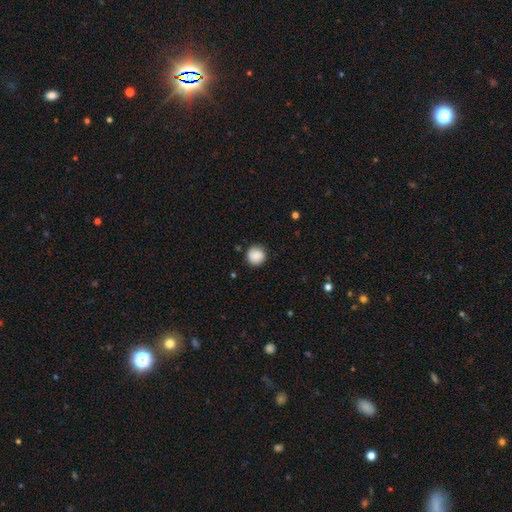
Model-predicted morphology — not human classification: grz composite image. It shows a smooth galaxy with no disk features (85%) that is round (93%). Merging: none (85%).